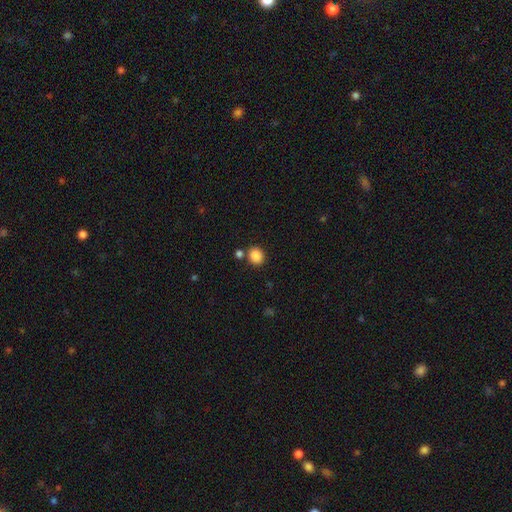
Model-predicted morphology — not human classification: Smooth or featured? smooth (87%)
How rounded? round (69%)
Merging? none (77%)